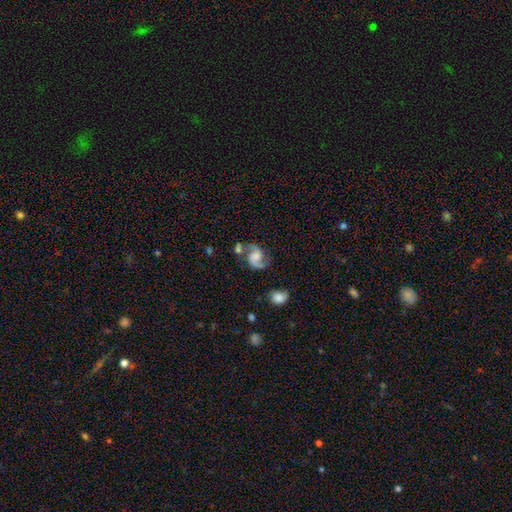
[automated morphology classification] smooth-or-featured: featured or disk: 85% | smooth: 9% | star or artifact: 6%
  disk-edge-on: no: 98% | yes: 2%
    bar: no: 55% | weak: 37% | strong: 9%
    has-spiral-arms: yes: 97% | no: 3%
      spiral-winding: medium: 48% | loose: 42% | tight: 11%
      spiral-arm-count: 2: 92% | 1: 3% | can't tell: 2% | 3: 1% | 4: 1% | more than 4: 1%
    bulge-size: moderate: 39% | small: 32% | none: 18% | large: 10% | dominant: 2%
  merging: none: 63% | minor disturbance: 18% | merger: 11% | major disturbance: 8%